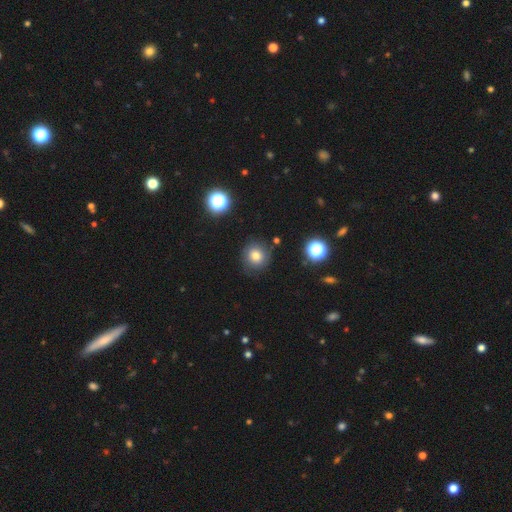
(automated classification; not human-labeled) smooth-or-featured: smooth: 69% | star or artifact: 17% | featured or disk: 14%
  how-rounded: round: 91% | in between: 8% | cigar-shaped: 1%
  merging: none: 83% | minor disturbance: 11% | major disturbance: 4% | merger: 2%